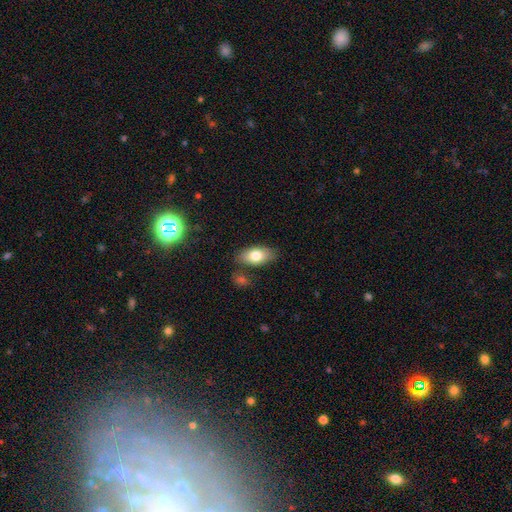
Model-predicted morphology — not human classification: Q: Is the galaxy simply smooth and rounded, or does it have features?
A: smooth — 77%.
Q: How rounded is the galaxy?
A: in between — 91%.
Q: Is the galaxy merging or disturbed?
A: none — 76%.